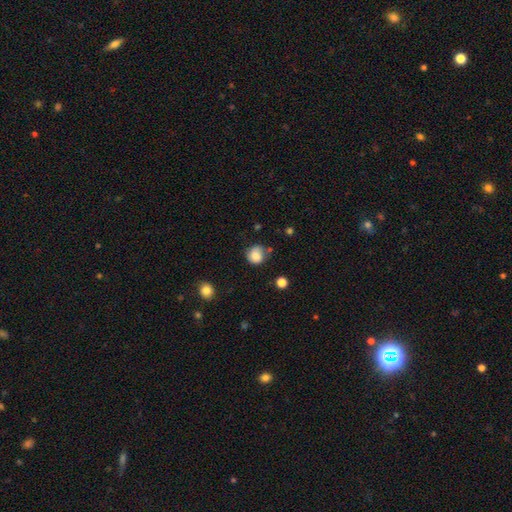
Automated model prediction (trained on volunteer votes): Smooth or featured?
  - smooth: 77% *
  - featured or disk: 14%
  - star or artifact: 10%
How rounded?
  - round: 84% *
  - in between: 15%
  - cigar-shaped: 1%
Merging?
  - none: 63% *
  - minor disturbance: 25%
  - major disturbance: 7%
  - merger: 5%